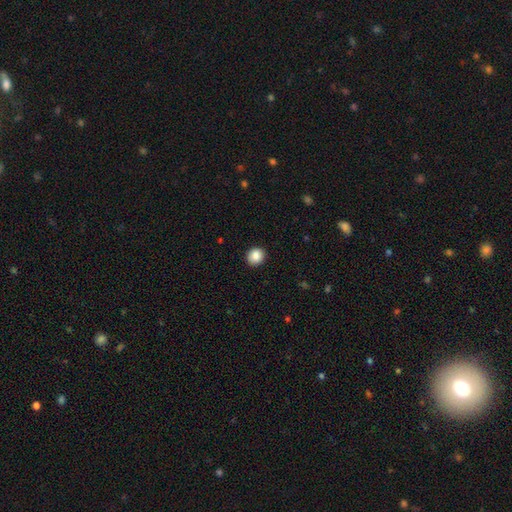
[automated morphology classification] smooth-or-featured: smooth: 88% | star or artifact: 9% | featured or disk: 4%
  how-rounded: round: 84% | in between: 15% | cigar-shaped: 1%
  merging: none: 91% | minor disturbance: 6% | major disturbance: 2% | merger: 1%